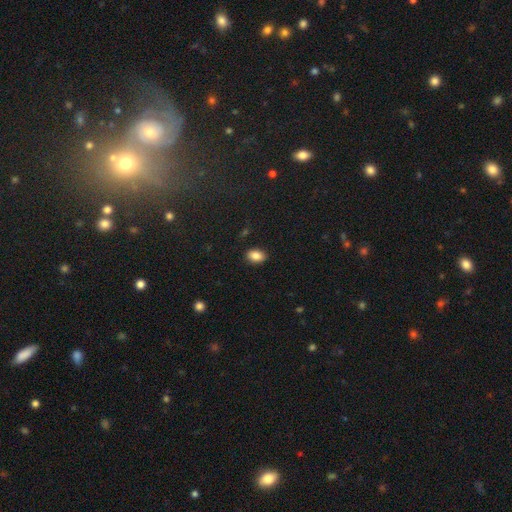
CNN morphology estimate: type=smooth (86%); roundness=in between (85%); merging=none (88%).